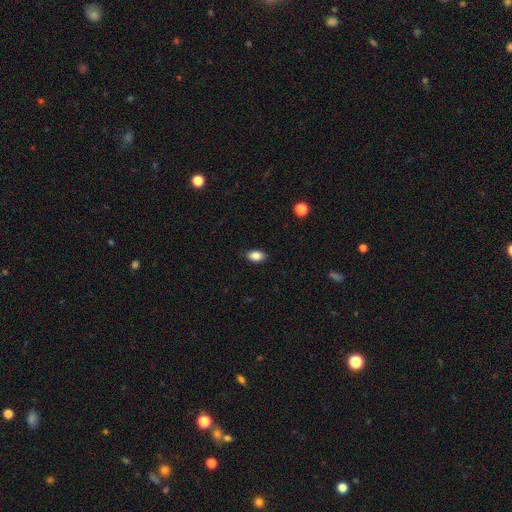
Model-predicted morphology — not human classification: Smooth or featured? smooth (86%)
How rounded? in between (89%)
Merging? none (85%)